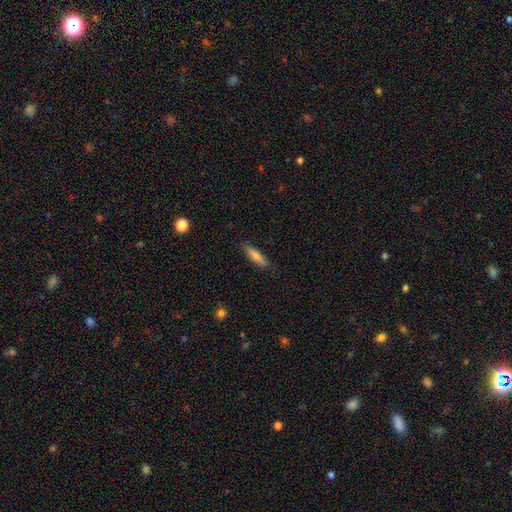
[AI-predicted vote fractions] Smooth or featured? smooth (67%)
How rounded? cigar-shaped (73%)
Merging? none (87%)